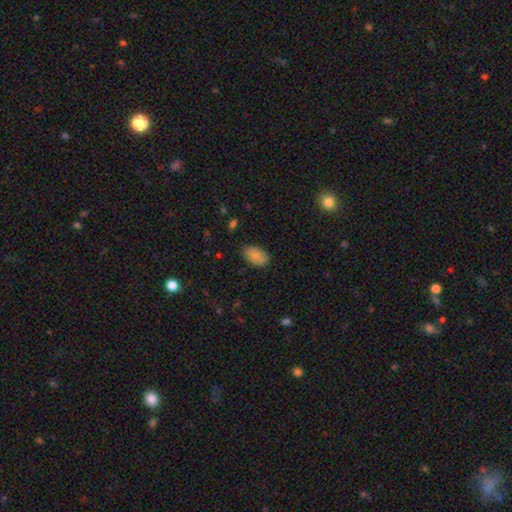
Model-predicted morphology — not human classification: The model was most divided on "merging": none: 80%, minor disturbance: 15%, major disturbance: 3%, merger: 1%. More confident: how rounded — in between (92%); smooth or featured — smooth (85%).